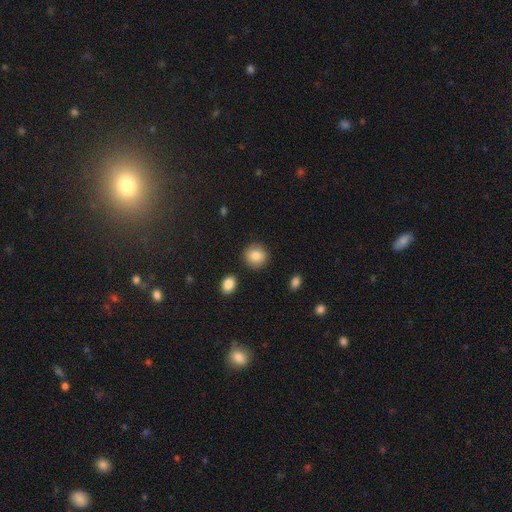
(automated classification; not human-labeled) Overall: smooth (84%). How rounded: round (89%). Merging: none (89%).